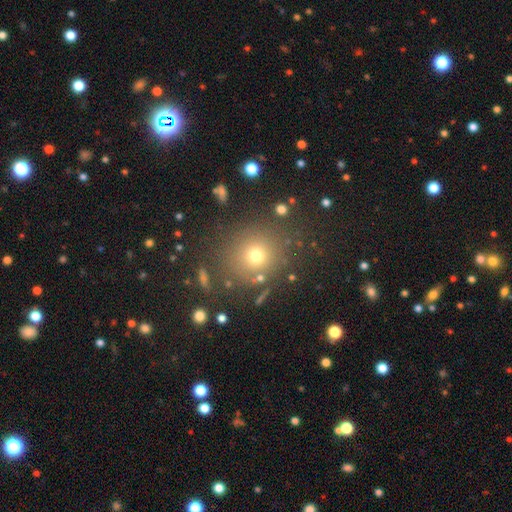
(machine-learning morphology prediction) Smooth or featured? smooth (70%)
How rounded? round (90%)
Merging? none (82%)